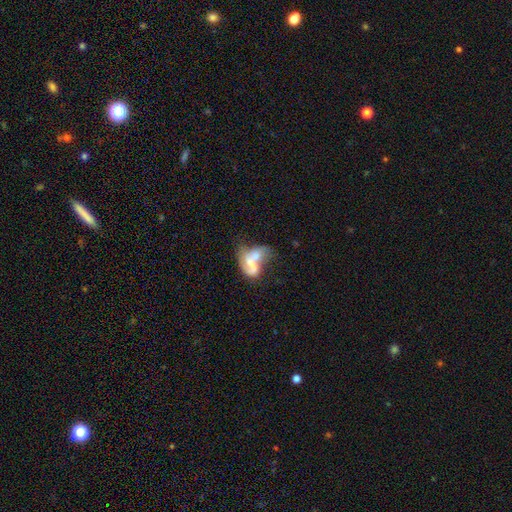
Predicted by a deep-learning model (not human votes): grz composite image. It shows a featured or disk galaxy (52%) with no bar (60%), spiral arms (53%) and no central bulge (35%). Merging: merger (56%).